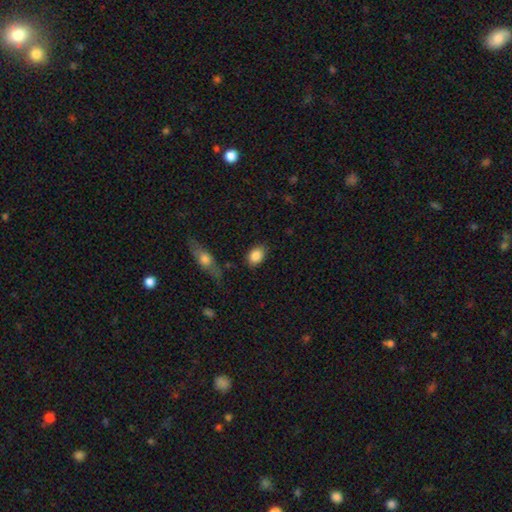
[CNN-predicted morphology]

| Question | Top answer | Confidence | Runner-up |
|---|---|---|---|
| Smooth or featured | smooth | 86% | star or artifact (7%) |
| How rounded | in between | 75% | round (23%) |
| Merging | none | 81% | minor disturbance (13%) |